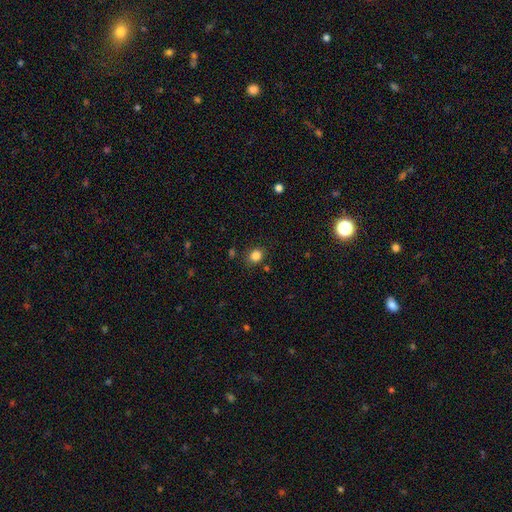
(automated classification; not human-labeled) A smooth galaxy with no disk features (84%) that is round (67%). Merging: none (82%).